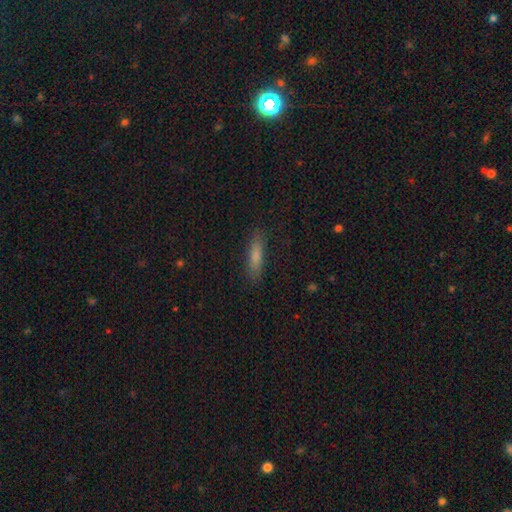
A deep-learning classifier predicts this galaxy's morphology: Q: Smooth or featured?
A: smooth (71%); runner-up: featured or disk (20%)
Q: How rounded?
A: cigar-shaped (78%); runner-up: in between (20%)
Q: Merging?
A: none (86%); runner-up: minor disturbance (10%)